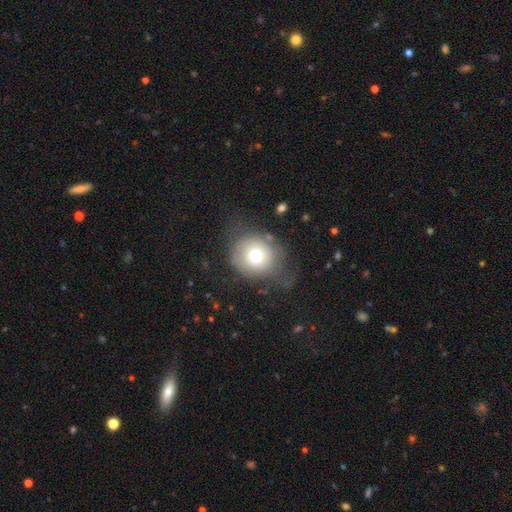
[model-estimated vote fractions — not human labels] The model was most divided on "merging": none: 56%, minor disturbance: 23%, major disturbance: 19%, merger: 2%. More confident: how rounded — round (82%); smooth or featured — smooth (70%).